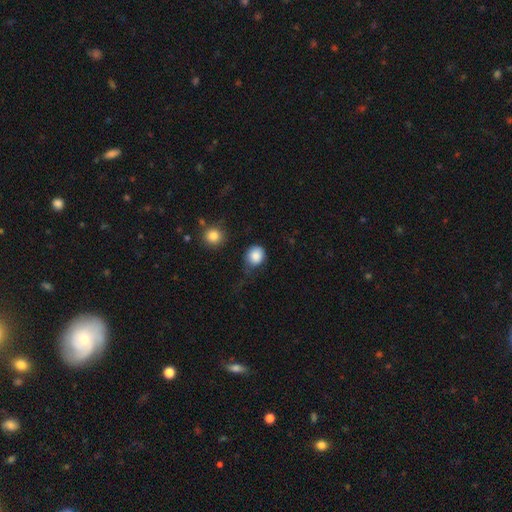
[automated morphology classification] A smooth galaxy with no disk features (86%) that is round (76%). Merging: none (55%).